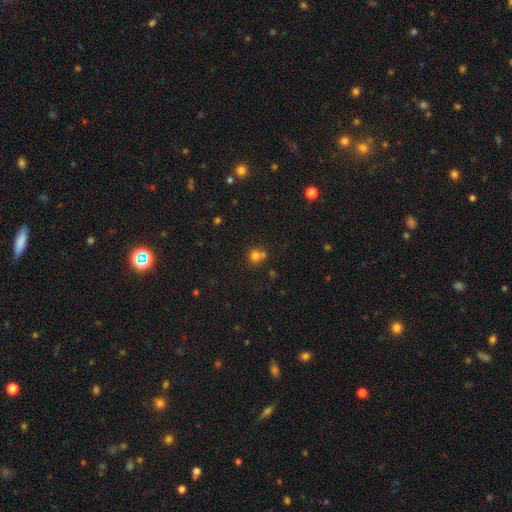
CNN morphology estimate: This appears to be a smooth galaxy with no disk features (75%) that is round (84%). Merging: none (49%).